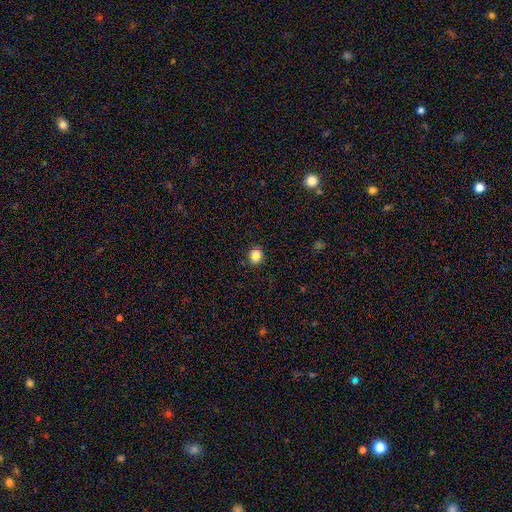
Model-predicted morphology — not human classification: Q: Smooth or featured?
A: smooth (81%); runner-up: star or artifact (13%)
Q: How rounded?
A: round (80%); runner-up: in between (19%)
Q: Merging?
A: none (85%); runner-up: minor disturbance (10%)